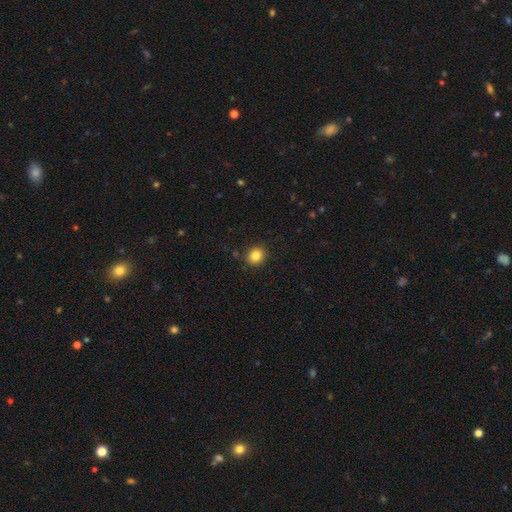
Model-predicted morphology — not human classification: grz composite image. It shows a smooth galaxy with no disk features (84%) that is round (78%). Merging: none (89%).